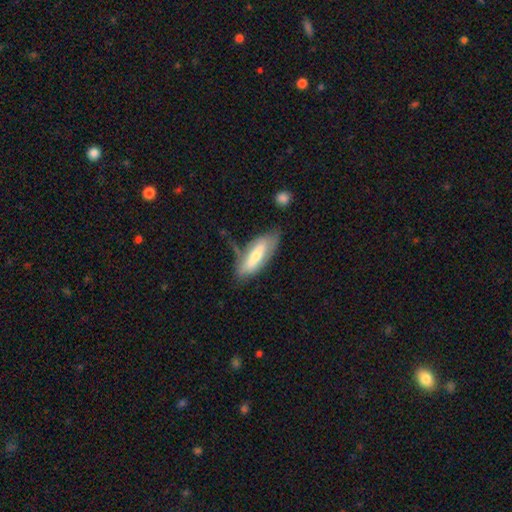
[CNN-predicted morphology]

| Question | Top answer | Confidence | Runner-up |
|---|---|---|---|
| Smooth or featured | smooth | 53% | featured or disk (41%) |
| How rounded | in between | 60% | cigar-shaped (38%) |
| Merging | none | 53% | minor disturbance (30%) |